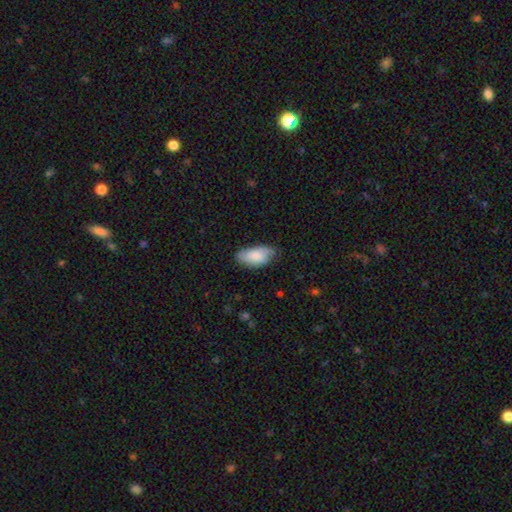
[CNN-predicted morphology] Smooth or featured: smooth — 79% (featured or disk — 15%)
How rounded: in between — 93% (cigar-shaped — 5%)
Merging: none — 66% (minor disturbance — 28%)